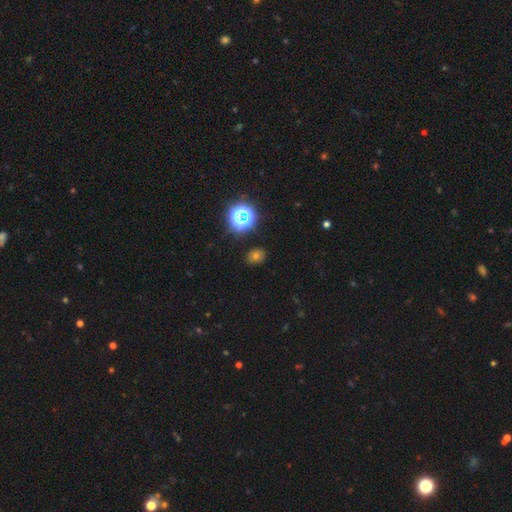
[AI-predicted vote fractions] Overall: smooth (51%; star or artifact 39%). How rounded: round (56%; in between 43%). Merging: none (84%).